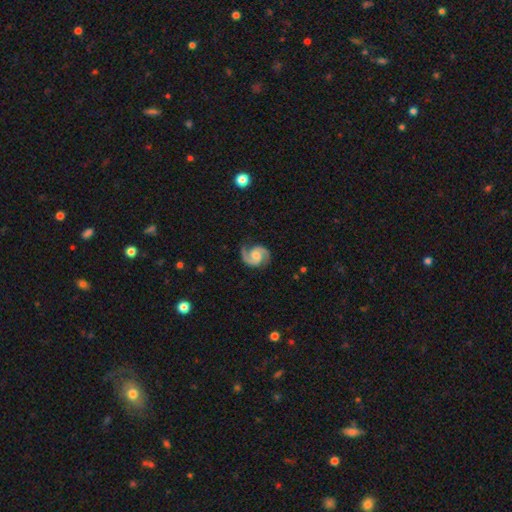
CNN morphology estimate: This appears to be a featured or disk galaxy (92%) with no bar (53%), 2 (94%) medium (59%) spiral arms (98%) and a moderate central bulge (40%). Merging: none (82%).